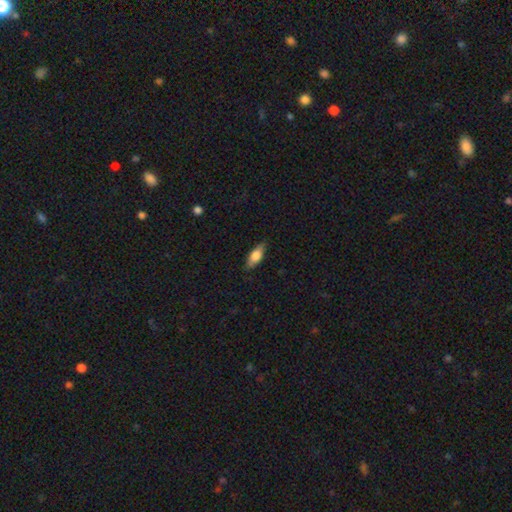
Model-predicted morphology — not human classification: Q: Smooth or featured?
A: smooth (68%); runner-up: featured or disk (26%)
Q: How rounded?
A: in between (70%); runner-up: cigar-shaped (26%)
Q: Merging?
A: none (85%); runner-up: minor disturbance (12%)